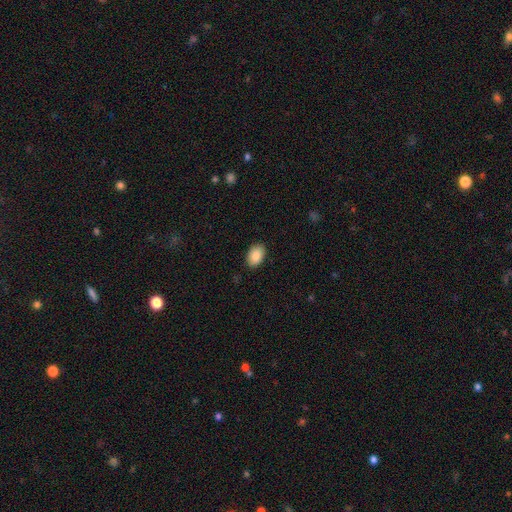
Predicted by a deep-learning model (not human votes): A smooth galaxy with no disk features (89%) that is in between round and cigar-shaped (89%).

Vote fractions:
- Smooth or featured? smooth: 89% / star or artifact: 7% / featured or disk: 4%
- How rounded? in between: 89% / round: 10% / cigar-shaped: 1%
- Merging? none: 88% / minor disturbance: 9% / major disturbance: 2% / merger: 1%